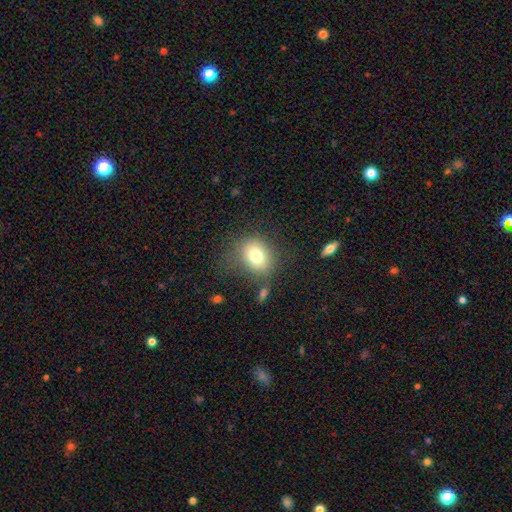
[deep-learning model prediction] Smooth or featured?
  - smooth: 76% *
  - featured or disk: 13%
  - star or artifact: 11%
How rounded?
  - round: 53% *
  - in between: 46%
  - cigar-shaped: 1%
Merging?
  - none: 68% *
  - minor disturbance: 18%
  - major disturbance: 10%
  - merger: 5%